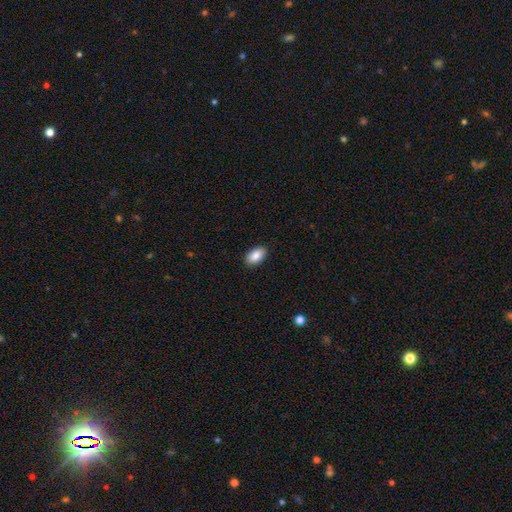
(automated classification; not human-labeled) Smooth or featured?
  - smooth: 87% *
  - star or artifact: 7%
  - featured or disk: 6%
How rounded?
  - in between: 94% *
  - round: 4%
  - cigar-shaped: 2%
Merging?
  - none: 89% *
  - minor disturbance: 8%
  - major disturbance: 2%
  - merger: 1%